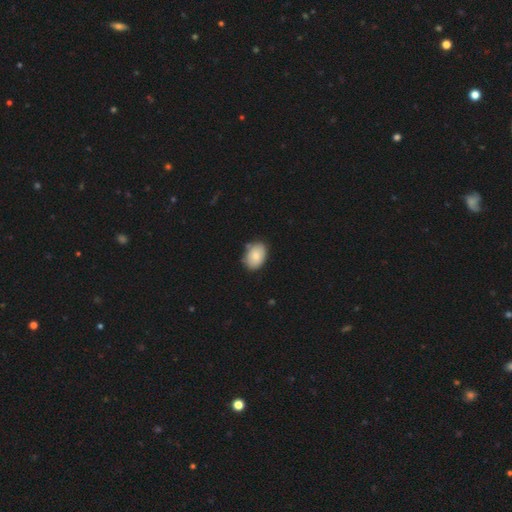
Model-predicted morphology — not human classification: This appears to be a smooth galaxy with no disk features (81%) that is in between round and cigar-shaped (80%). Merging: none (75%).